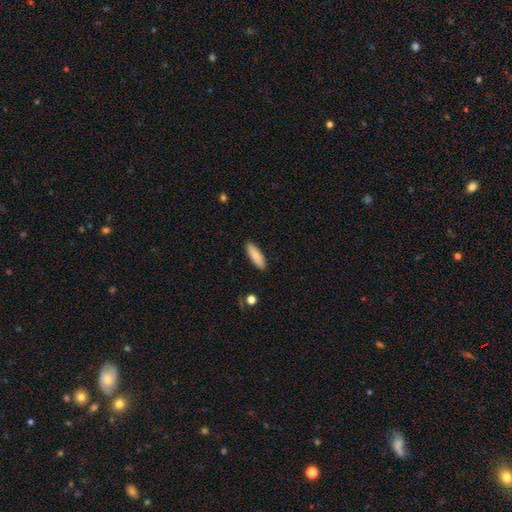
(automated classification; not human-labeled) Q: Smooth or featured?
A: smooth (86%); runner-up: featured or disk (8%)
Q: How rounded?
A: cigar-shaped (53%); runner-up: in between (46%)
Q: Merging?
A: none (90%); runner-up: minor disturbance (7%)